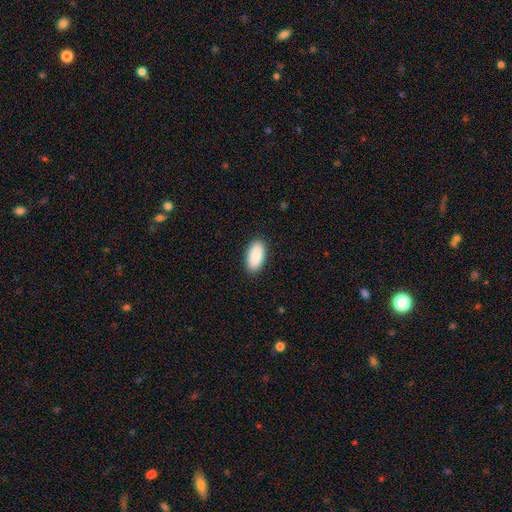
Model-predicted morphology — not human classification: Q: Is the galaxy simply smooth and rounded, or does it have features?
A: smooth — 91%.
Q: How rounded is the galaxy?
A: in between — 94%.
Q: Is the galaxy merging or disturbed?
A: none — 90%.